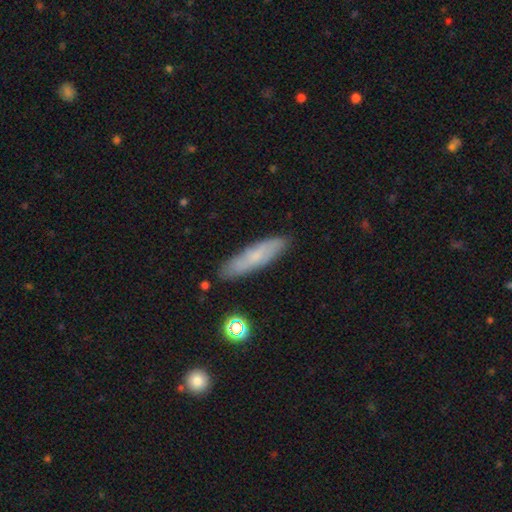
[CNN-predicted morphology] Smooth or featured?
  - smooth: 61% *
  - featured or disk: 31%
  - star or artifact: 7%
How rounded?
  - cigar-shaped: 72% *
  - in between: 26%
  - round: 2%
Merging?
  - none: 84% *
  - minor disturbance: 12%
  - major disturbance: 2%
  - merger: 2%